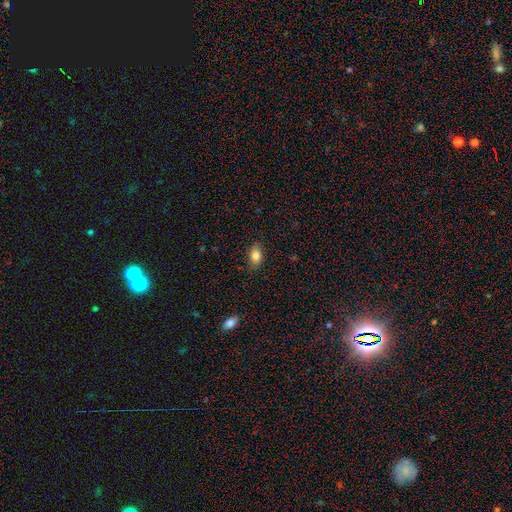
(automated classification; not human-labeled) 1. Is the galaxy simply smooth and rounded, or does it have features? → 83% smooth, 9% star or artifact, 8% featured or disk.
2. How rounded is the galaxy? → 83% in between, 15% round, 2% cigar-shaped.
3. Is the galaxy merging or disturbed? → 83% none, 13% minor disturbance, 3% major disturbance, 1% merger.